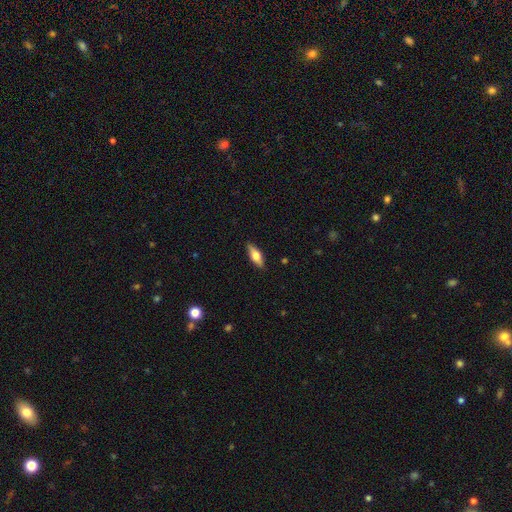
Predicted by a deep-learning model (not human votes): smooth 64%, featured or disk 29%, star or artifact 6%. Down the decision tree: how rounded — in between (67%); merging — none (88%).